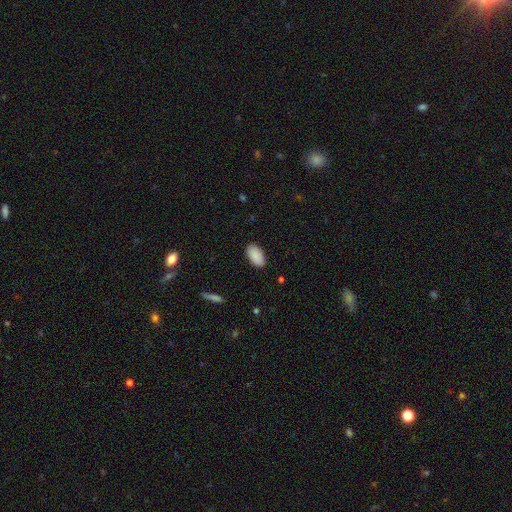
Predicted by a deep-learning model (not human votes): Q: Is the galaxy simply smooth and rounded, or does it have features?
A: smooth — 90%.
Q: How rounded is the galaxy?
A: in between — 95%.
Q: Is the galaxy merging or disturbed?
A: none — 88%.